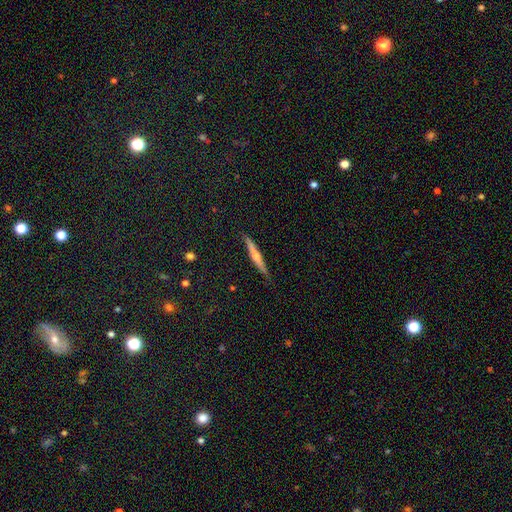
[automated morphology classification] Overall: featured or disk (68%). Edge-on disk: yes (97%). Edge-on bulge: rounded (84%). Merging: none (89%).